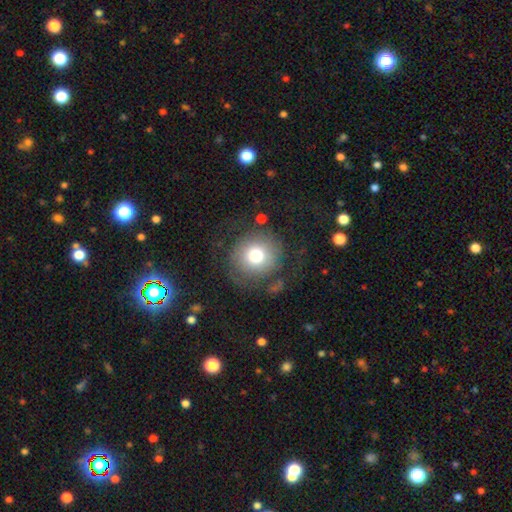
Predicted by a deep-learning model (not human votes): Smooth or featured? smooth (69%)
How rounded? round (92%)
Merging? none (68%)